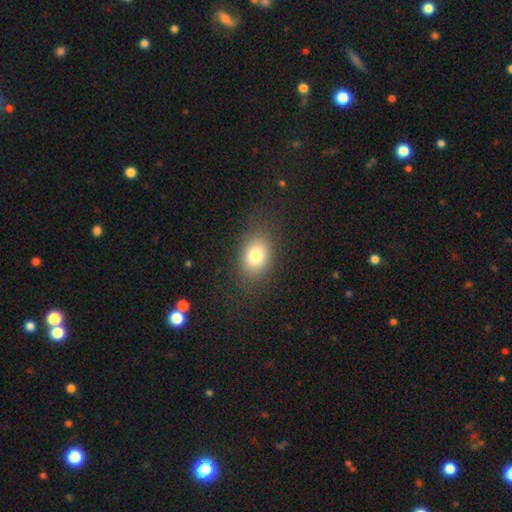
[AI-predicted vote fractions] Smooth or featured? Predicted: smooth (p=0.79). How rounded? Predicted: in between (p=0.73). Merging? Predicted: none (p=0.82).